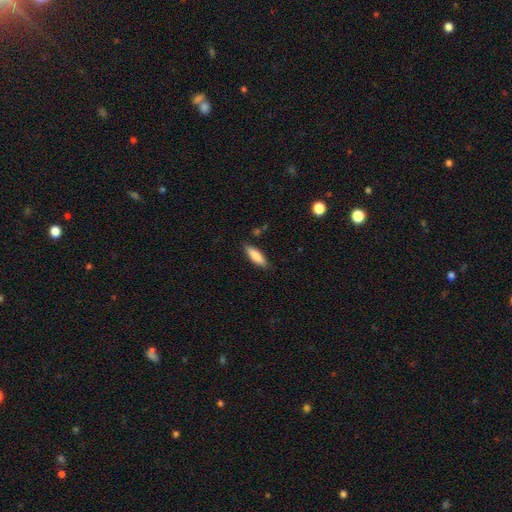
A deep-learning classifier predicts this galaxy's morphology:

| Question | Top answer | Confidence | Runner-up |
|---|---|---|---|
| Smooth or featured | smooth | 80% | featured or disk (14%) |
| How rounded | cigar-shaped | 50% | in between (48%) |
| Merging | none | 85% | minor disturbance (11%) |